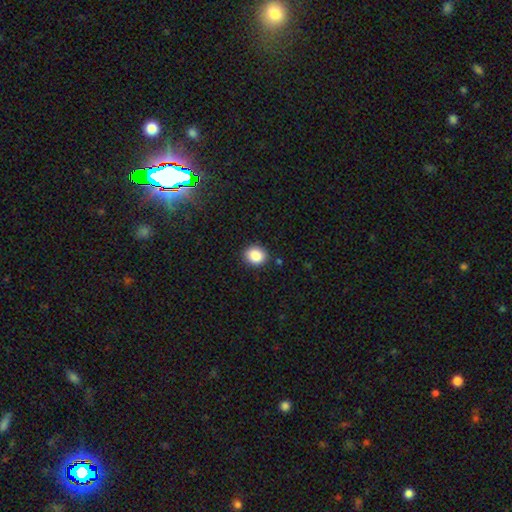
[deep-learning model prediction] Overall: smooth (87%). How rounded: round (66%; in between 33%). Merging: none (88%).